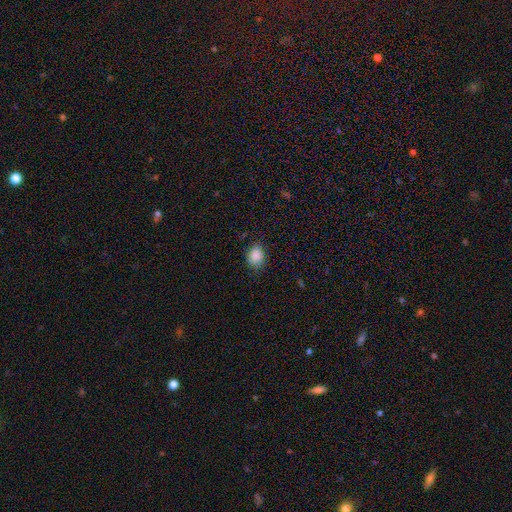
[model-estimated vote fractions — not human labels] smooth 87%, star or artifact 9%, featured or disk 4%. Down the decision tree: how rounded — in between (54%); merging — none (79%).